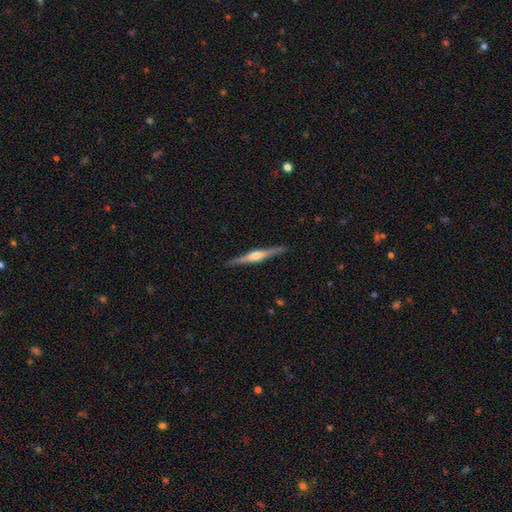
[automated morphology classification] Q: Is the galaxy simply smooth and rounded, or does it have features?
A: featured or disk — 76%.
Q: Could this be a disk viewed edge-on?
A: yes — 98%.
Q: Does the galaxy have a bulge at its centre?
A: rounded — 80%.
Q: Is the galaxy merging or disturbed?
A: none — 90%.